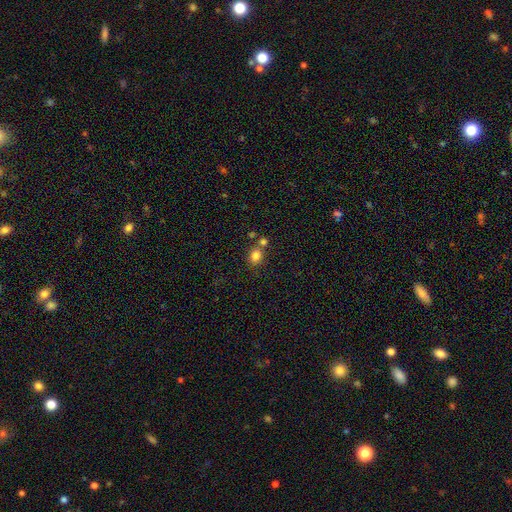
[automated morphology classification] smooth_or_featured: smooth (p=0.81) [alt: star or artifact p=0.12]
how_rounded: round (p=0.66) [alt: in between p=0.33]
merging: none (p=0.63) [alt: merger p=0.24]